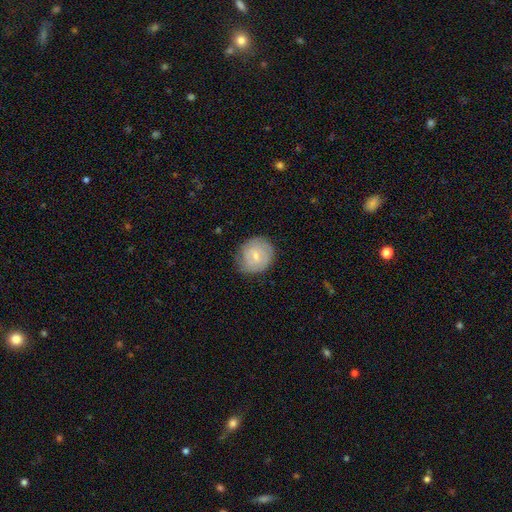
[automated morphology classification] A featured or disk galaxy (51%).

Vote fractions:
- Smooth or featured? featured or disk: 51% / smooth: 42% / star or artifact: 7%
- Edge-on disk? no: 97% / yes: 3%
- Merging? none: 76% / minor disturbance: 18% / major disturbance: 5% / merger: 1%